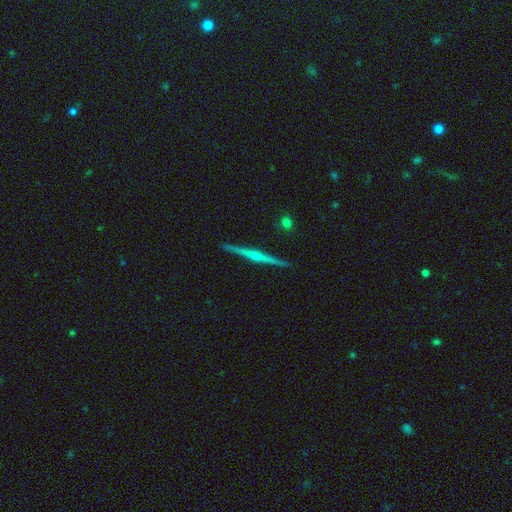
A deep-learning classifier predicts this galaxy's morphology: This appears to be a featured or disk galaxy (83%) viewed edge-on (99%) with a rounded central bulge (83%). Merging: none (92%).